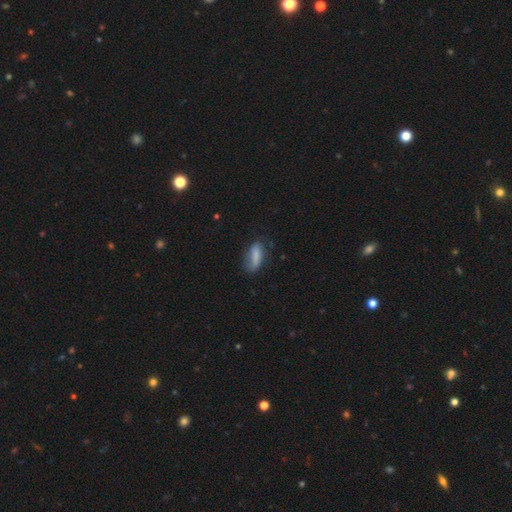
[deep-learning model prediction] Q: Smooth or featured?
A: smooth (72%); runner-up: featured or disk (20%)
Q: How rounded?
A: in between (70%); runner-up: cigar-shaped (27%)
Q: Merging?
A: none (52%); runner-up: minor disturbance (31%)